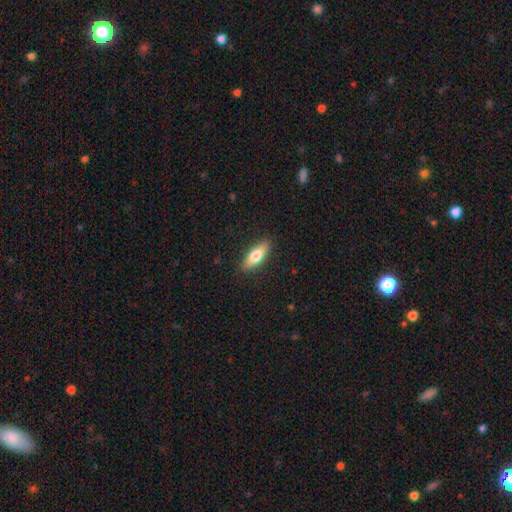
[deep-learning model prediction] This appears to be a smooth galaxy with no disk features (69%) that is in between round and cigar-shaped (57%). Merging: none (88%).